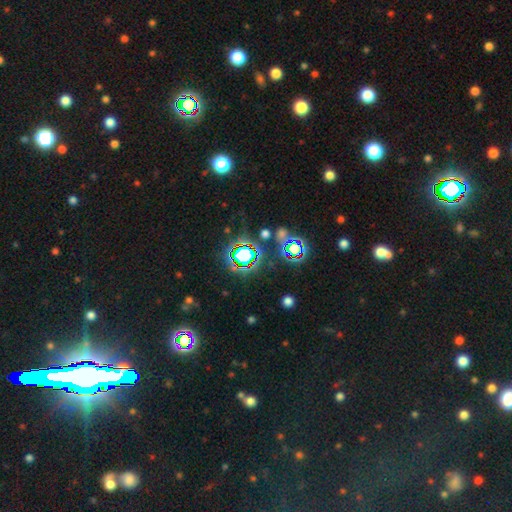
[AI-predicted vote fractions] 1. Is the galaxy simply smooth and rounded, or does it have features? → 80% star or artifact, 13% smooth, 7% featured or disk.